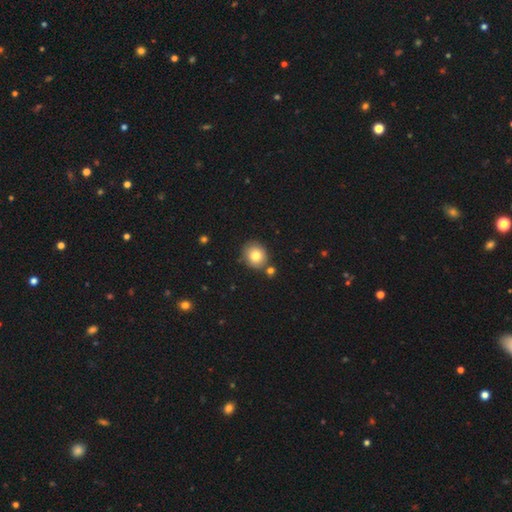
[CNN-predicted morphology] Smooth or featured?
  - smooth: 78% *
  - featured or disk: 11%
  - star or artifact: 10%
How rounded?
  - round: 77% *
  - in between: 22%
  - cigar-shaped: 1%
Merging?
  - none: 74% *
  - minor disturbance: 11%
  - merger: 11%
  - major disturbance: 3%